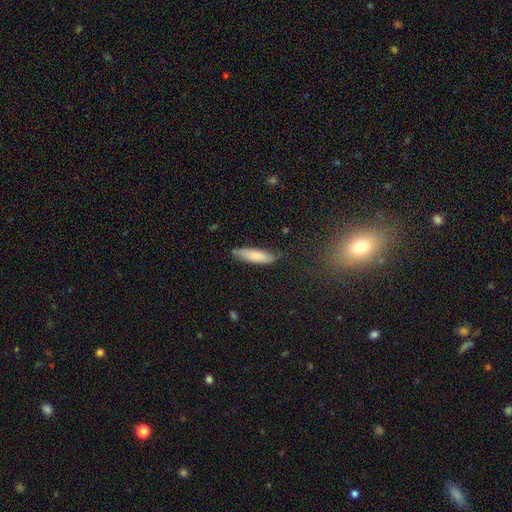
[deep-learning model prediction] smooth-or-featured: smooth: 77% | featured or disk: 16% | star or artifact: 6%
  how-rounded: cigar-shaped: 62% | in between: 36% | round: 2%
  merging: none: 77% | minor disturbance: 18% | major disturbance: 3% | merger: 2%